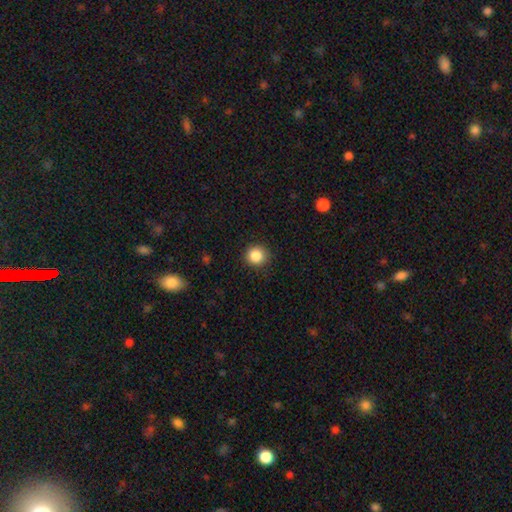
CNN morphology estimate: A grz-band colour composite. It shows a smooth galaxy with no disk features (86%) that is round (92%). Merging: none (90%).